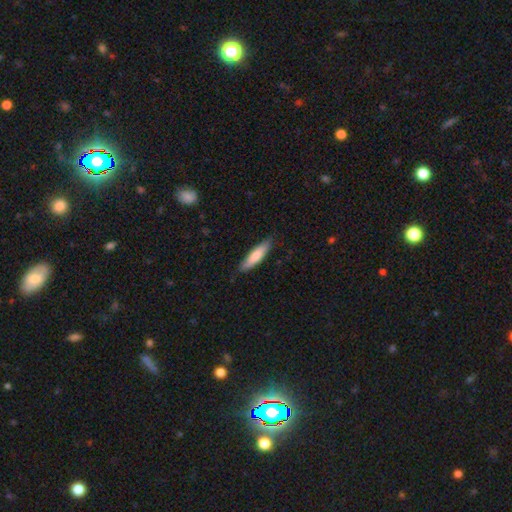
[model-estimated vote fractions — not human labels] Q: Smooth or featured?
A: smooth (77%); runner-up: featured or disk (18%)
Q: How rounded?
A: cigar-shaped (73%); runner-up: in between (26%)
Q: Merging?
A: none (84%); runner-up: minor disturbance (13%)